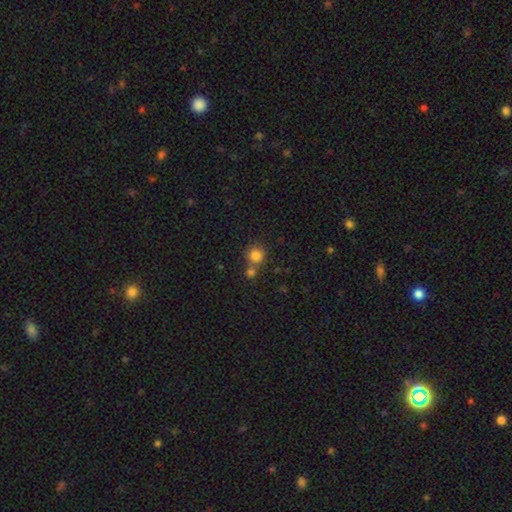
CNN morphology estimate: type=smooth (82%); roundness=round (91%); merging=none (60%).